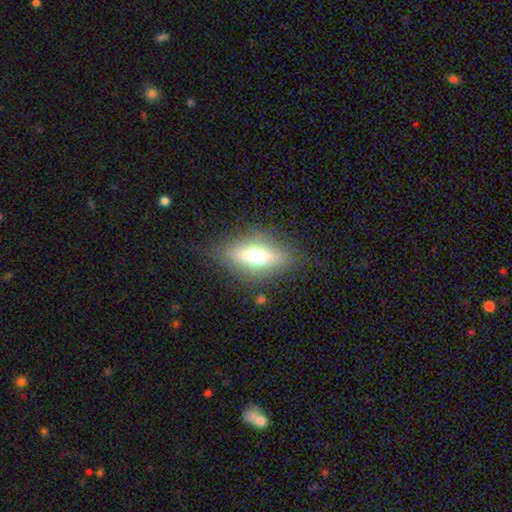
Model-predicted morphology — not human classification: The model was most divided on "smooth or featured": smooth: 51%, featured or disk: 40%, star or artifact: 9%. More confident: merging — none (80%); how rounded — in between (65%).